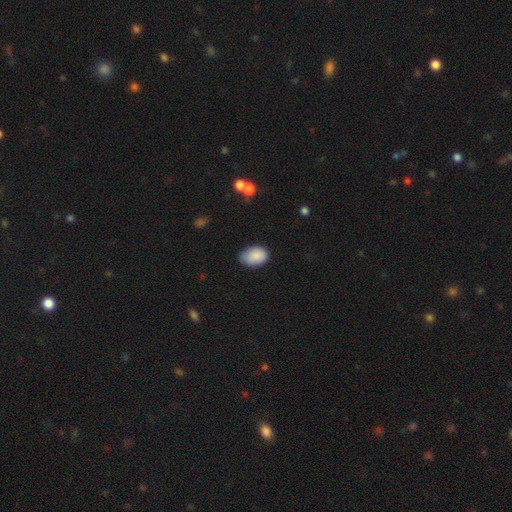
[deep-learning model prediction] Q: Smooth or featured?
A: smooth (88%); runner-up: star or artifact (7%)
Q: How rounded?
A: in between (83%); runner-up: round (16%)
Q: Merging?
A: none (68%); runner-up: minor disturbance (26%)